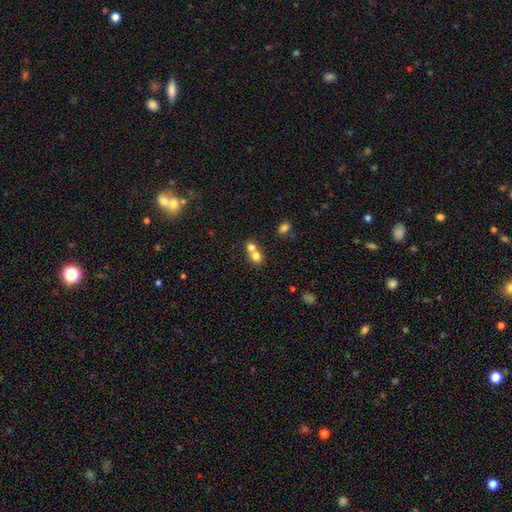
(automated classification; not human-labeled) A smooth galaxy with no disk features (74%) that is round (73%).

Vote fractions:
- Smooth or featured? smooth: 74% / featured or disk: 14% / star or artifact: 11%
- How rounded? round: 73% / in between: 26% / cigar-shaped: 1%
- Merging? merger: 64% / none: 29% / minor disturbance: 5% / major disturbance: 2%